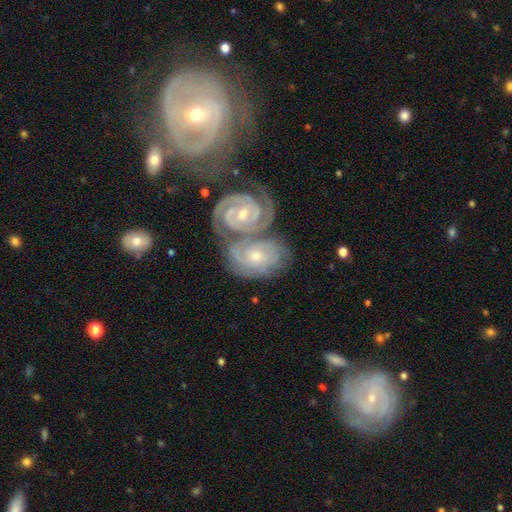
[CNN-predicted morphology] featured or disk 87%, smooth 7%, star or artifact 6%. Down the decision tree: edge-on disk — no (96%); bar — no (63%); spiral arms — yes (98%); spiral arm count — 3 (33%); spiral winding — tight (76%); bulge size — small (56%); merging — merger (52%).